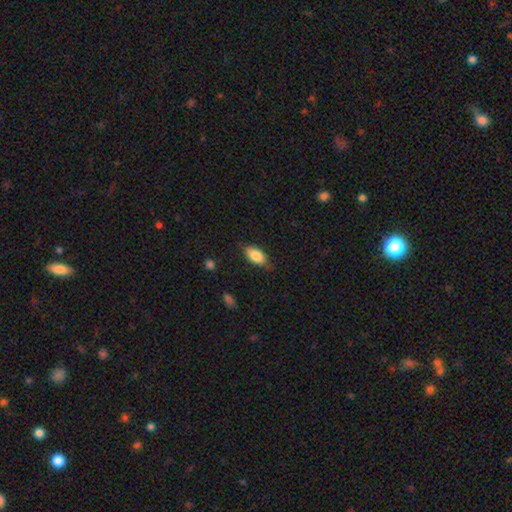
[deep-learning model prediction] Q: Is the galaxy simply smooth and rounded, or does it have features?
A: smooth — 83%.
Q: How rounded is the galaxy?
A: in between — 91%.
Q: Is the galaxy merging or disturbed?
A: none — 77%.